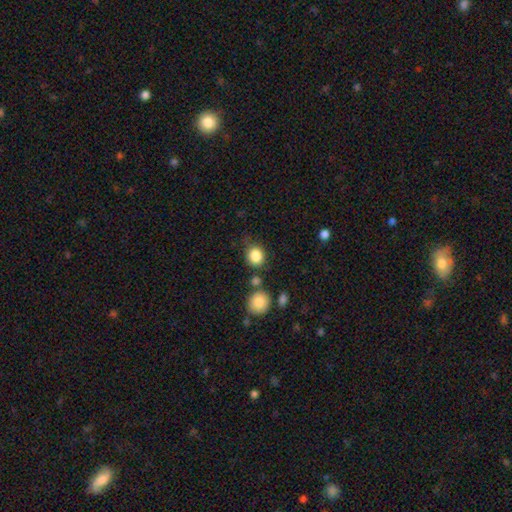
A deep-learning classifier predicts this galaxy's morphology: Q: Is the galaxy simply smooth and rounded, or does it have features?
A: smooth — 85%.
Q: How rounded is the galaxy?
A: round — 75%.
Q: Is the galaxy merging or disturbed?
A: none — 72%.